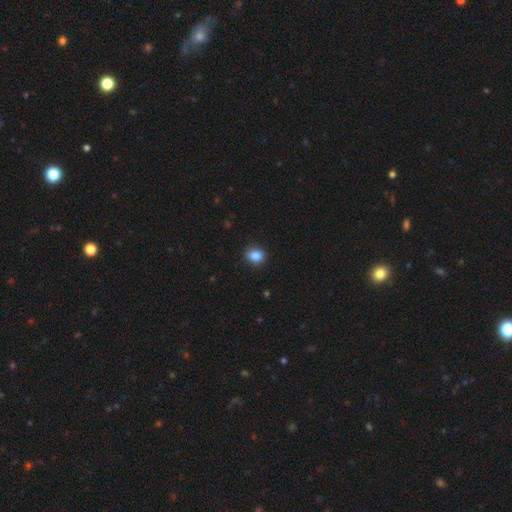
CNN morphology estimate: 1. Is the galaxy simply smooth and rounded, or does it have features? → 86% smooth, 10% star or artifact, 4% featured or disk.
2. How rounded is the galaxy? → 71% round, 28% in between, 1% cigar-shaped.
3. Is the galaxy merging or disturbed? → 89% none, 8% minor disturbance, 2% major disturbance, 1% merger.